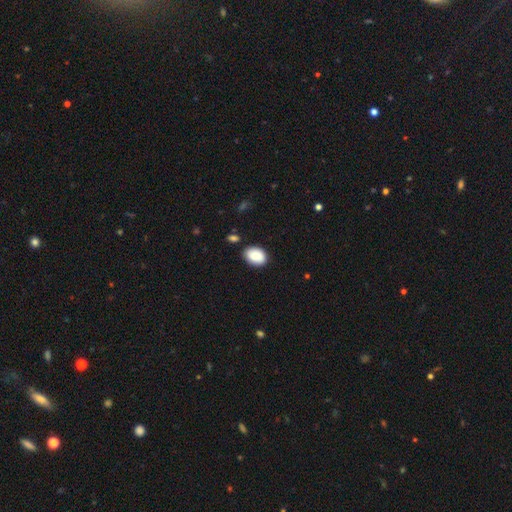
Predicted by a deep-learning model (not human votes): smooth-or-featured: smooth: 89% | star or artifact: 7% | featured or disk: 4%
  how-rounded: in between: 81% | round: 18% | cigar-shaped: 1%
  merging: none: 80% | minor disturbance: 14% | merger: 3% | major disturbance: 3%